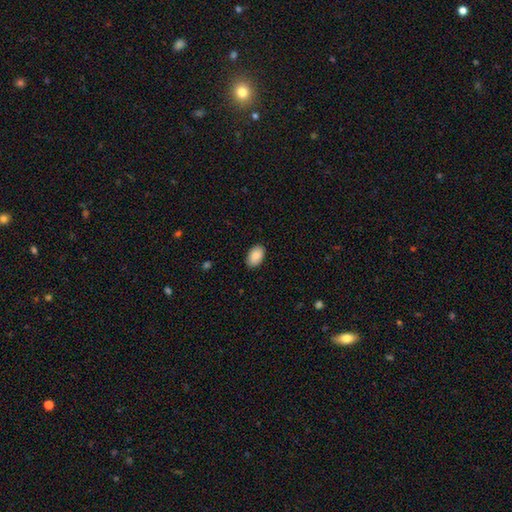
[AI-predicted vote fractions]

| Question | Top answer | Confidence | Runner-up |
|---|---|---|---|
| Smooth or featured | smooth | 90% | star or artifact (6%) |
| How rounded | in between | 93% | round (6%) |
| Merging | none | 88% | minor disturbance (9%) |